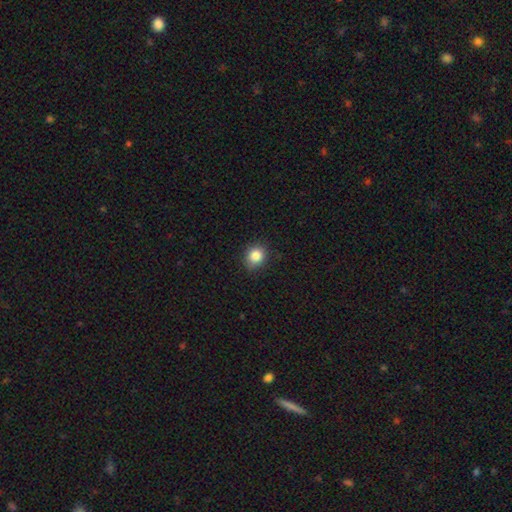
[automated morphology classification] smooth_or_featured: smooth (p=0.85) [alt: star or artifact p=0.10]
how_rounded: round (p=0.72) [alt: in between p=0.27]
merging: none (p=0.85) [alt: minor disturbance p=0.12]